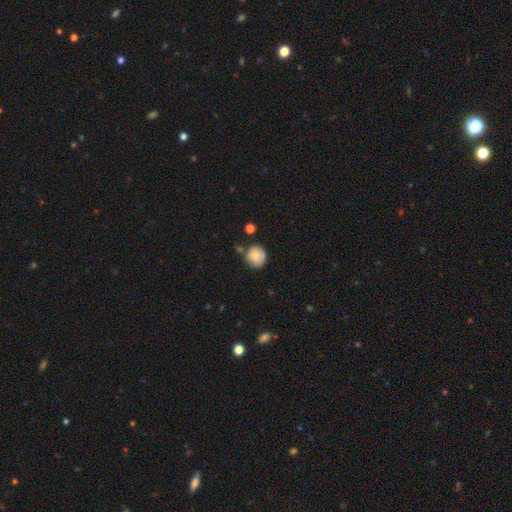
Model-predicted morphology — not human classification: smooth_or_featured: smooth (p=0.79) [alt: featured or disk p=0.13]
how_rounded: round (p=0.87) [alt: in between p=0.12]
merging: none (p=0.69) [alt: minor disturbance p=0.20]